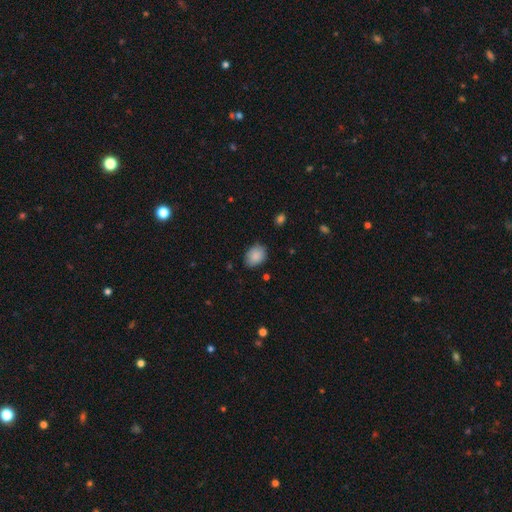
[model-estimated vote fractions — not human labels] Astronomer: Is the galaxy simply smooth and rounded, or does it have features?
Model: smooth — 89%.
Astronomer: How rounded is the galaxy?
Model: in between — 70%.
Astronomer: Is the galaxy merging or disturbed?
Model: none — 81%.